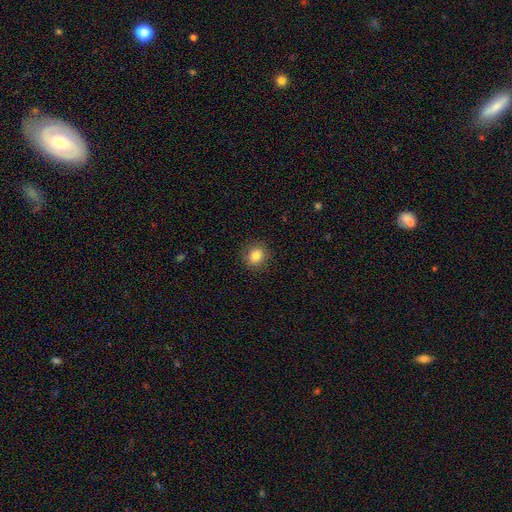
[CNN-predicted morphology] A smooth galaxy with no disk features (83%) that is round (82%).

Vote fractions:
- Smooth or featured? smooth: 83% / star or artifact: 11% / featured or disk: 6%
- How rounded? round: 82% / in between: 17% / cigar-shaped: 1%
- Merging? none: 91% / minor disturbance: 6% / major disturbance: 2% / merger: 1%